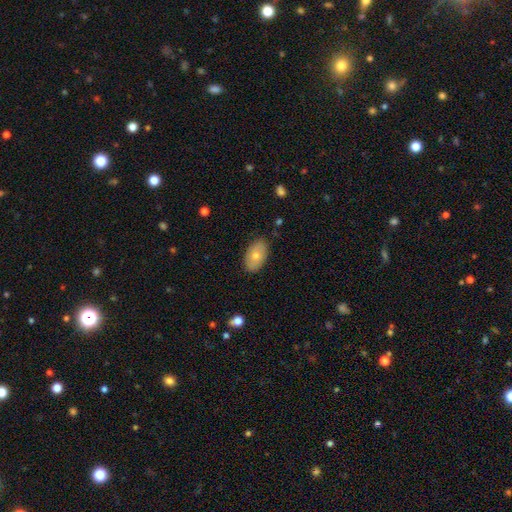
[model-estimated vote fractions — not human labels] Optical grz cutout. It shows a smooth galaxy with no disk features (67%) that is in between round and cigar-shaped (93%). Merging: none (85%).